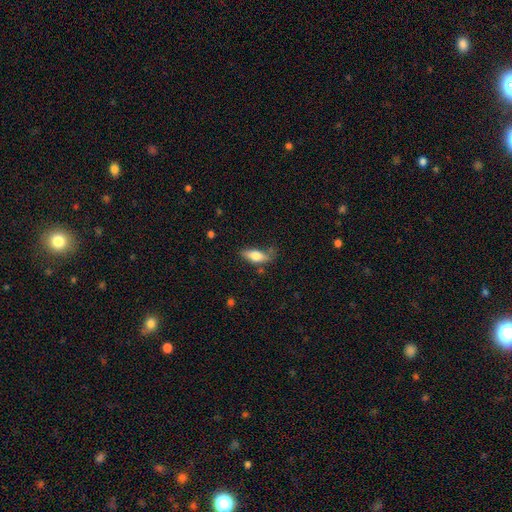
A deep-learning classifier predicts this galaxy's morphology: The model was most divided on "merging": none: 55%, minor disturbance: 29%, major disturbance: 11%, merger: 5%. More confident: how rounded — in between (74%); smooth or featured — smooth (74%).